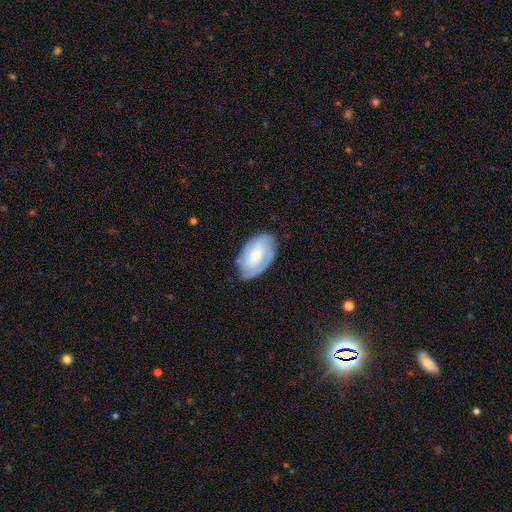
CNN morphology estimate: Smooth or featured?
  - featured or disk: 60% *
  - smooth: 33%
  - star or artifact: 6%
Edge-on disk?
  - no: 95% *
  - yes: 5%
Bar?
  - no: 60% *
  - weak: 33%
  - strong: 7%
Spiral arms?
  - yes: 87% *
  - no: 13%
Spiral winding?
  - tight: 55% *
  - medium: 34%
  - loose: 11%
Spiral arm count?
  - can't tell: 36% *
  - 2: 28%
  - 3: 21%
  - 1: 6%
  - 4: 5%
  - more than 4: 3%
Bulge size?
  - moderate: 44% *
  - small: 38%
  - large: 10%
  - none: 6%
  - dominant: 2%
Merging?
  - none: 72% *
  - minor disturbance: 21%
  - major disturbance: 5%
  - merger: 1%